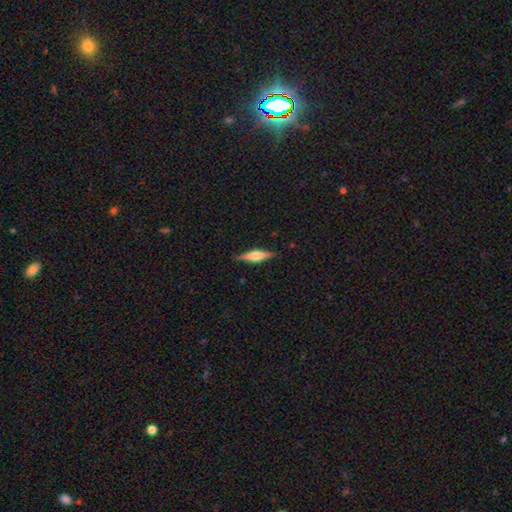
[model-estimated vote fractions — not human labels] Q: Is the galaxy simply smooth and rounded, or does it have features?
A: featured or disk — 65%.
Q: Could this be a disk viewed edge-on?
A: yes — 97%.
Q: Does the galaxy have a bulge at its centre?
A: rounded — 79%.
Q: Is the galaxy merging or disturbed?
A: none — 89%.